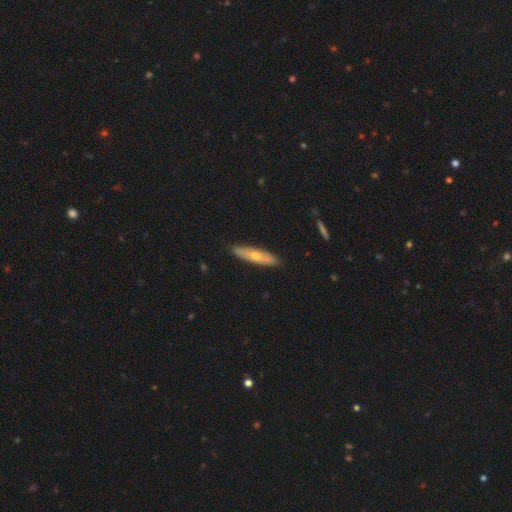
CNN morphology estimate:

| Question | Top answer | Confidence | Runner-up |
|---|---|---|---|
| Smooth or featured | featured or disk | 48% | smooth (46%) |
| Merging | none | 88% | minor disturbance (9%) |